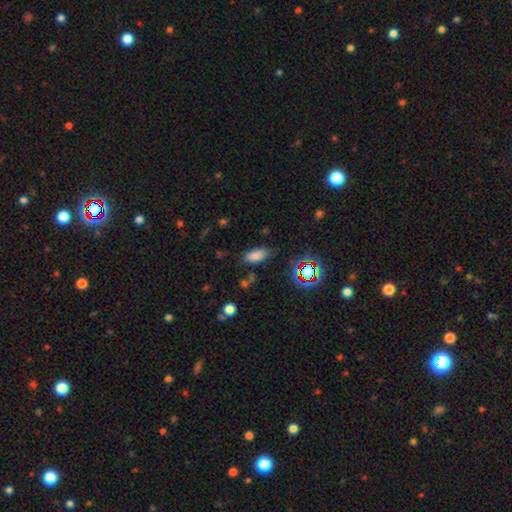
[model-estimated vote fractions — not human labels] smooth-or-featured: smooth: 77% | star or artifact: 15% | featured or disk: 7%
  how-rounded: in between: 88% | cigar-shaped: 8% | round: 4%
  merging: none: 76% | minor disturbance: 16% | major disturbance: 5% | merger: 4%